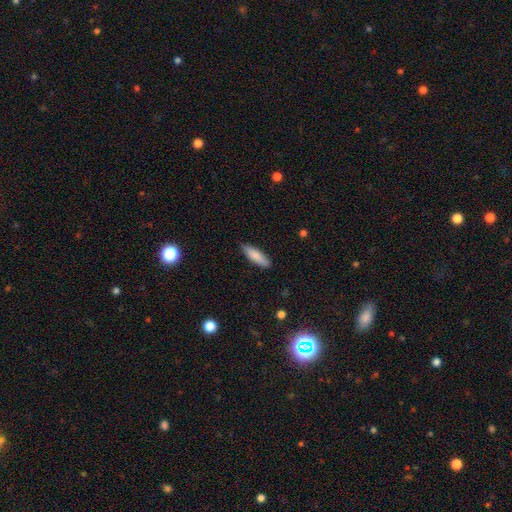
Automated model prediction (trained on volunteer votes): Morphology: type=smooth (84%); roundness=cigar-shaped (55%); merging=none (86%).